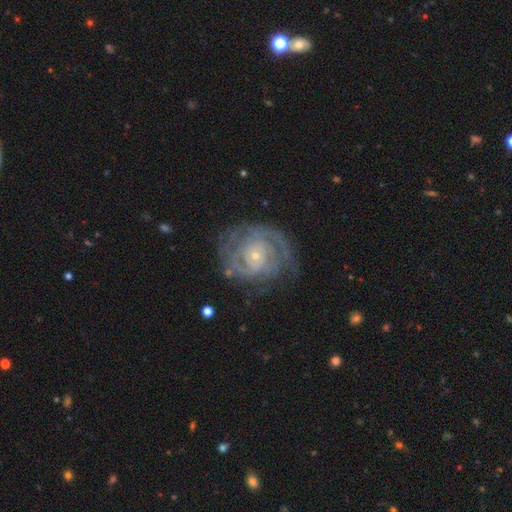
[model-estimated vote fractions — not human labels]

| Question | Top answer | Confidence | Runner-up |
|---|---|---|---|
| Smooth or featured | featured or disk | 86% | smooth (8%) |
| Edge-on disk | no | 98% | yes (2%) |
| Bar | no | 74% | weak (20%) |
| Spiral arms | yes | 95% | no (5%) |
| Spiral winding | tight | 72% | medium (23%) |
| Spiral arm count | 2 | 31% | can't tell (30%) |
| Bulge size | small | 79% | moderate (17%) |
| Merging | none | 70% | minor disturbance (18%) |